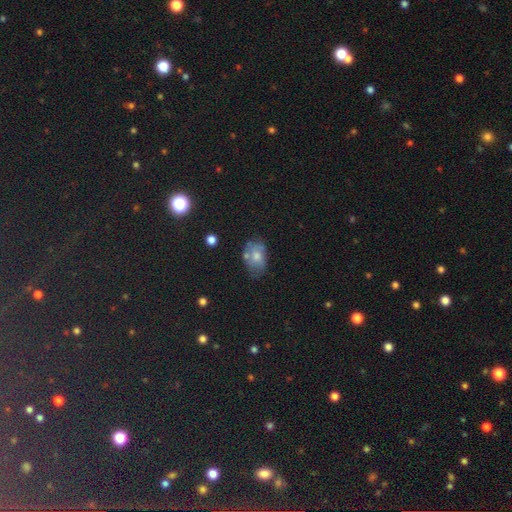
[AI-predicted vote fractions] Morphology: type=smooth (59%); roundness=in between (79%); merging=none (50%).